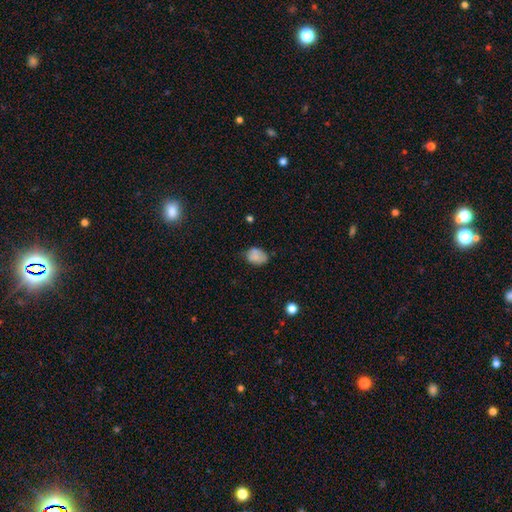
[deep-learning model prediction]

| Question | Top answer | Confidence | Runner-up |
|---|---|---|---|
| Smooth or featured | smooth | 79% | featured or disk (11%) |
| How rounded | in between | 77% | round (22%) |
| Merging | none | 59% | minor disturbance (28%) |